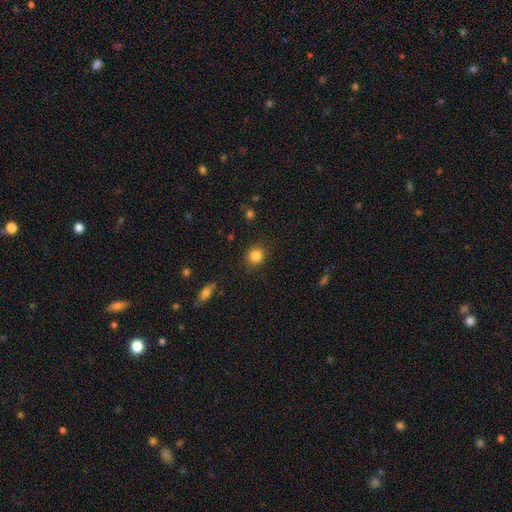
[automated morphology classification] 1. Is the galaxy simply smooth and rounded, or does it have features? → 85% smooth, 11% star or artifact, 5% featured or disk.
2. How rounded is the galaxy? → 82% round, 17% in between, 1% cigar-shaped.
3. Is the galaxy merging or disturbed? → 88% none, 8% minor disturbance, 3% major disturbance, 1% merger.